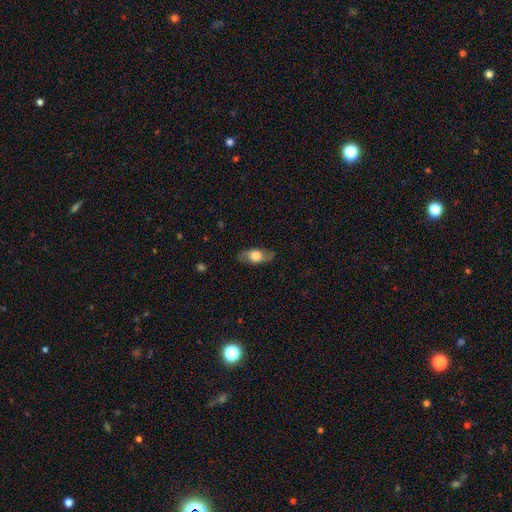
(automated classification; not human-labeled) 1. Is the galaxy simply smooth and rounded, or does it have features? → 53% smooth, 40% featured or disk, 7% star or artifact.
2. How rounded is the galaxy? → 80% in between, 12% cigar-shaped, 8% round.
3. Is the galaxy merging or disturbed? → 82% none, 13% minor disturbance, 4% major disturbance, 1% merger.